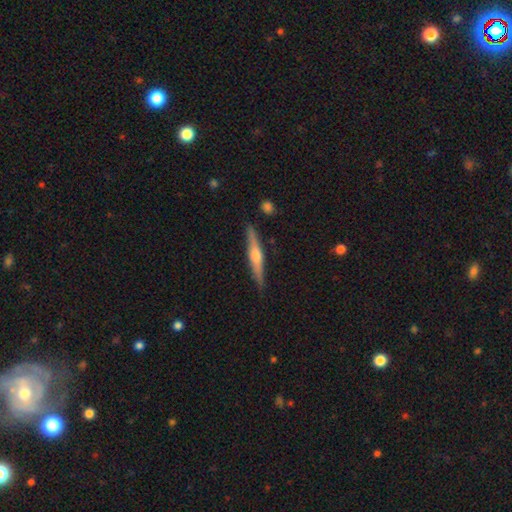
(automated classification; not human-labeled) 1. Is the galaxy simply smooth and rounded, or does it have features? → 65% featured or disk, 29% smooth, 6% star or artifact.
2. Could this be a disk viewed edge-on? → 97% yes, 3% no.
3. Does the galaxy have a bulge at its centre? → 86% rounded, 8% none, 6% boxy.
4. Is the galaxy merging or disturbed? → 88% none, 9% minor disturbance, 2% merger, 2% major disturbance.